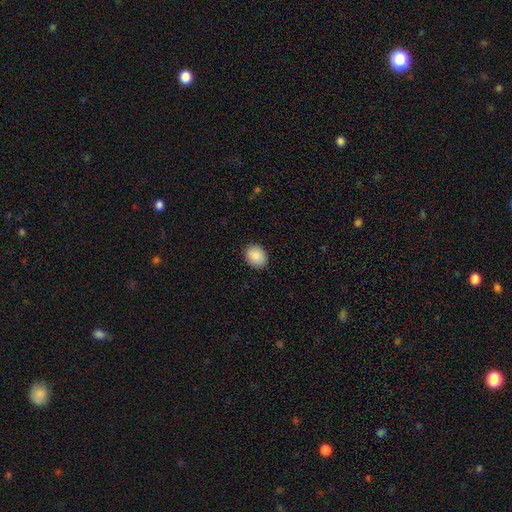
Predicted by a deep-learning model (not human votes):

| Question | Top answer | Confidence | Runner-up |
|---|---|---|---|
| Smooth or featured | smooth | 90% | star or artifact (7%) |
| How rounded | in between | 55% | round (44%) |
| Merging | none | 89% | minor disturbance (8%) |